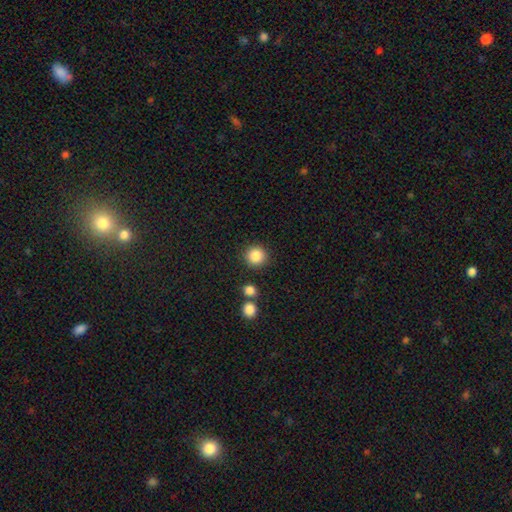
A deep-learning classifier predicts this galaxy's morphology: Smooth or featured: smooth — 86% (star or artifact — 9%)
How rounded: round — 93% (in between — 6%)
Merging: none — 87% (minor disturbance — 6%)